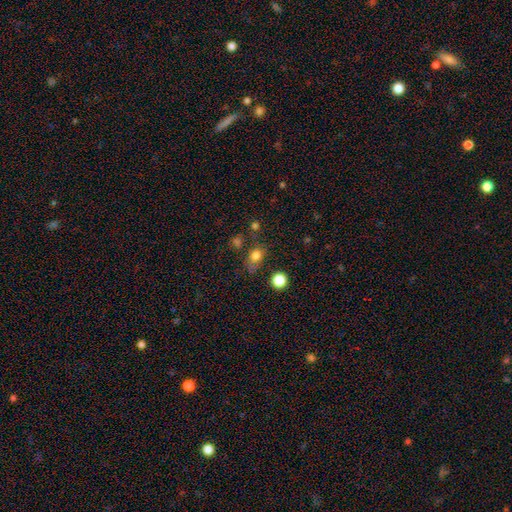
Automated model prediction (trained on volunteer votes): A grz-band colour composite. It shows a smooth galaxy with no disk features (78%) that is in between round and cigar-shaped (53%). Merging: none (58%).